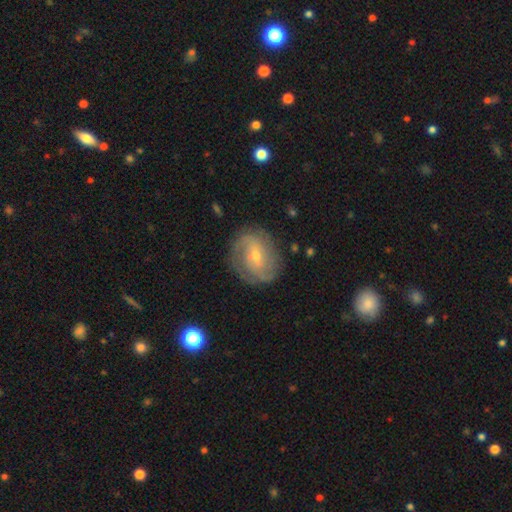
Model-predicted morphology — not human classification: type=featured or disk (74%); edge-on=no (97%); bar=weak (46%); spiral arms=yes (89%); winding=tight (45%); arm count=2 (44%); bulge=small (66%); merging=none (76%).